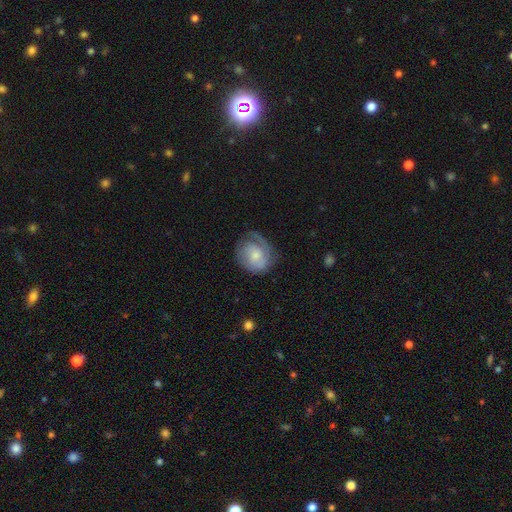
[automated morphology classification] Smooth or featured? featured or disk (54%)
Edge-on disk? no (97%)
Bar? no (73%)
Spiral arms? yes (84%)
Bulge size? small (49%)
Merging? none (60%)